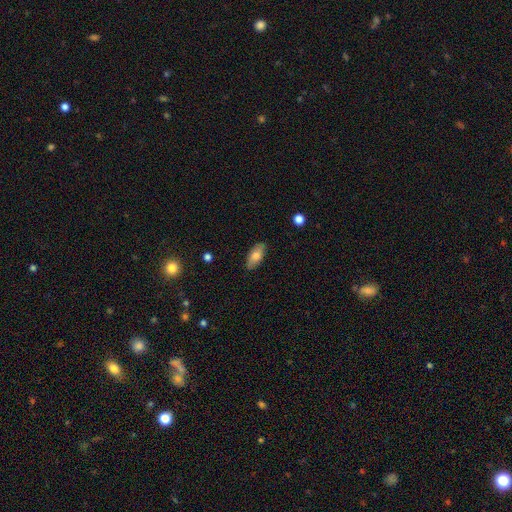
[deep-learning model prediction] This appears to be a smooth galaxy with no disk features (73%) that is in between round and cigar-shaped (89%). Merging: none (86%).